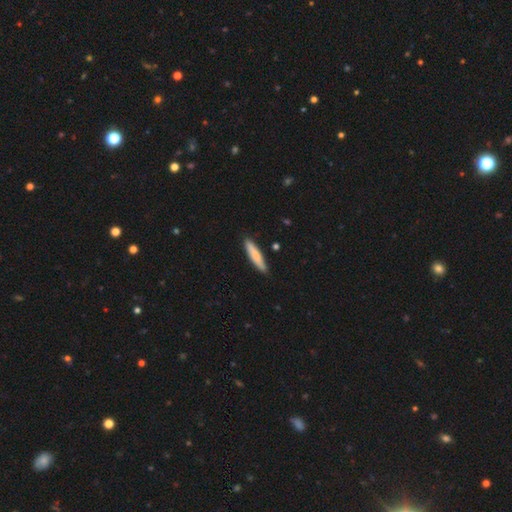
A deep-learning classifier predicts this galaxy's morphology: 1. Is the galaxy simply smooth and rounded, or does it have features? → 79% smooth, 16% featured or disk, 5% star or artifact.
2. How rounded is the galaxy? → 89% cigar-shaped, 10% in between, 1% round.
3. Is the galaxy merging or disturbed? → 88% none, 9% minor disturbance, 1% major disturbance, 1% merger.